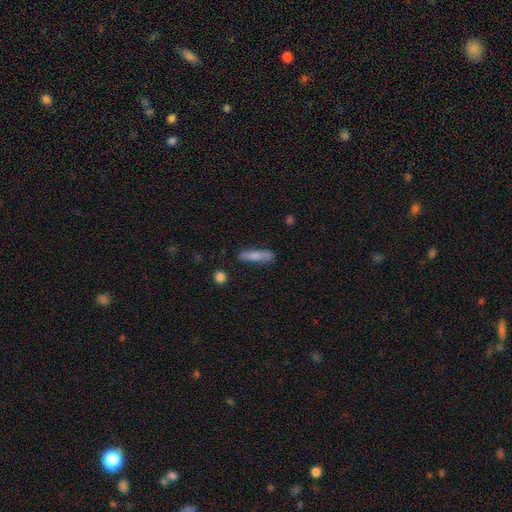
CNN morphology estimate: This appears to be a smooth galaxy with no disk features (75%) that is cigar-shaped (83%). Merging: none (83%).